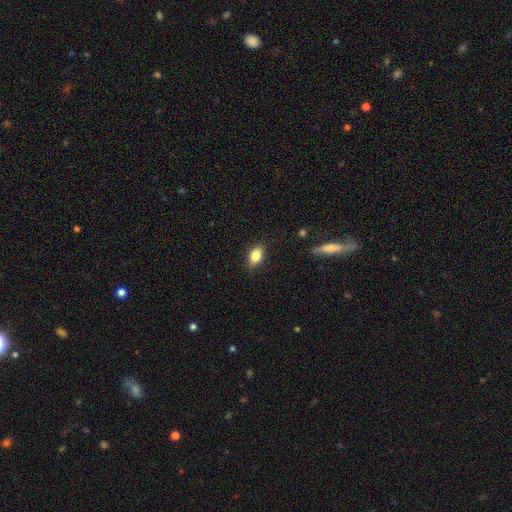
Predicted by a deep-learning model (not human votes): Smooth or featured? Predicted: smooth (p=0.82). How rounded? Predicted: in between (p=0.86). Merging? Predicted: none (p=0.86).